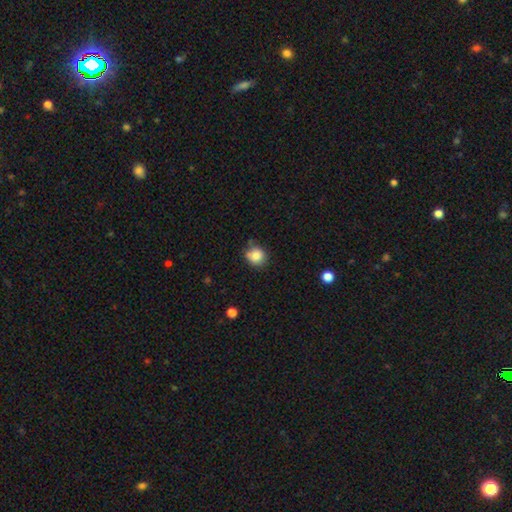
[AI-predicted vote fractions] A smooth galaxy with no disk features (83%) that is round (84%).

Vote fractions:
- Smooth or featured? smooth: 83% / star or artifact: 10% / featured or disk: 7%
- How rounded? round: 84% / in between: 15% / cigar-shaped: 1%
- Merging? none: 69% / minor disturbance: 19% / merger: 8% / major disturbance: 4%